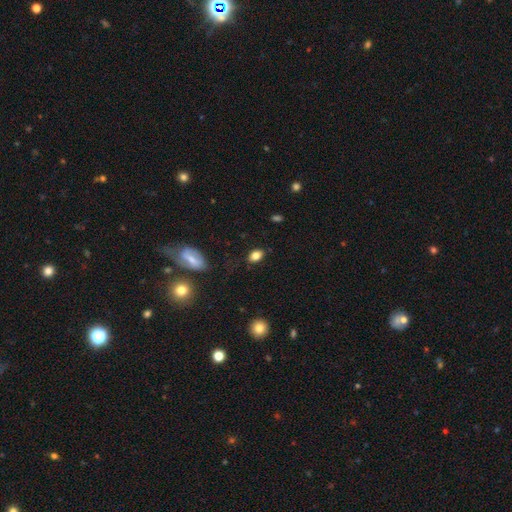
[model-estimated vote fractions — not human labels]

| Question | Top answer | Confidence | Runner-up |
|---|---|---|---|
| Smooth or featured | smooth | 81% | star or artifact (10%) |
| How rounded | in between | 83% | round (15%) |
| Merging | none | 80% | minor disturbance (15%) |